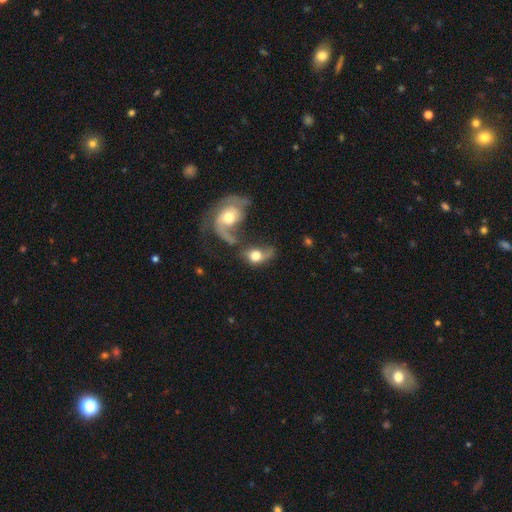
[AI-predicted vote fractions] Morphology: type=smooth (50%); roundness=in between (66%); merging=merger (51%).